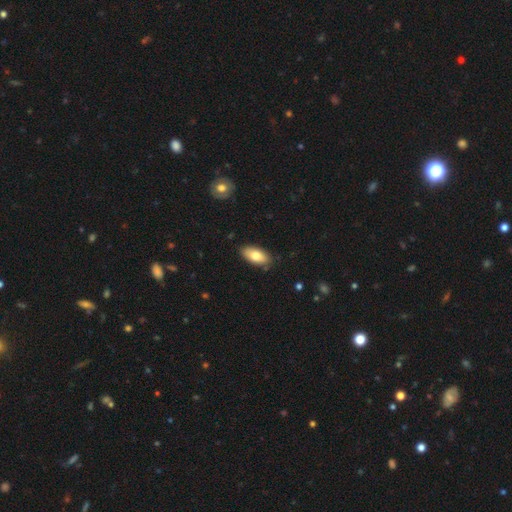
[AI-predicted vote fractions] smooth-or-featured: smooth: 79% | featured or disk: 15% | star or artifact: 6%
  how-rounded: in between: 90% | cigar-shaped: 8% | round: 2%
  merging: none: 85% | minor disturbance: 12% | major disturbance: 2% | merger: 1%